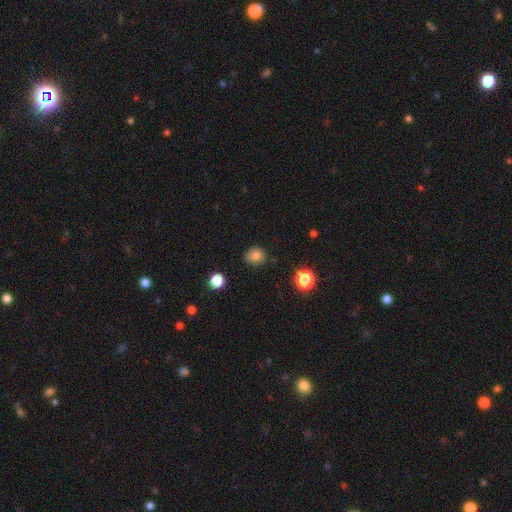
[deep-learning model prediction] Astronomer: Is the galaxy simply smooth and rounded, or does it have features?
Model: smooth — 78%.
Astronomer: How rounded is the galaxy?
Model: round — 84%.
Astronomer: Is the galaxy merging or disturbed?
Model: none — 85%.